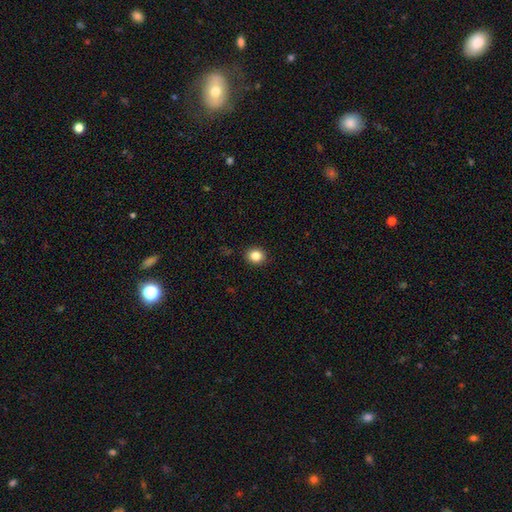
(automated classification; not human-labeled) smooth-or-featured: smooth: 84% | star or artifact: 11% | featured or disk: 5%
  how-rounded: round: 75% | in between: 24% | cigar-shaped: 1%
  merging: none: 90% | minor disturbance: 7% | major disturbance: 2% | merger: 1%